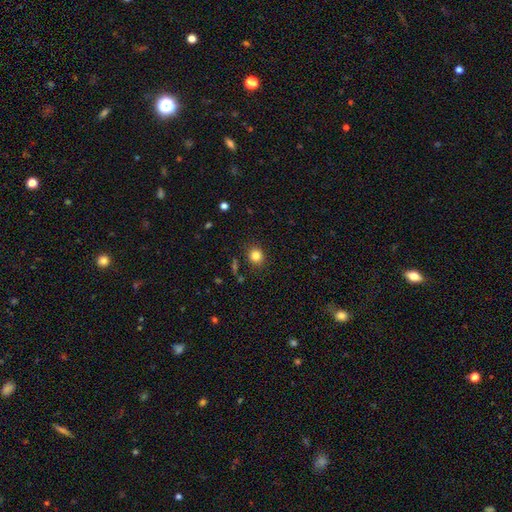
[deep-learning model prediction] This is clearly a smooth galaxy (83%). How rounded: likely round (79%). Merging: clearly none (87%).